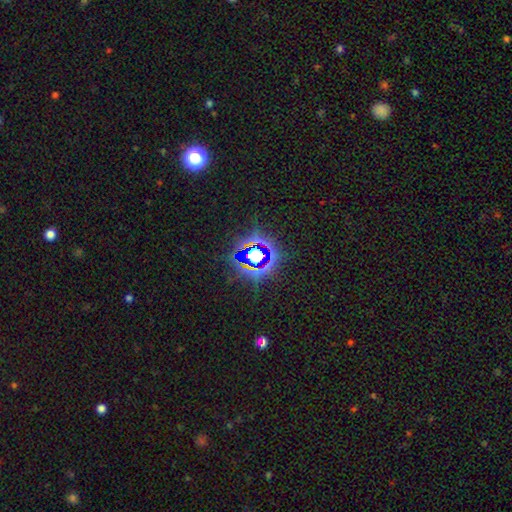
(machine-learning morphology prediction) smooth_or_featured: star or artifact (p=0.74) [alt: smooth p=0.15]